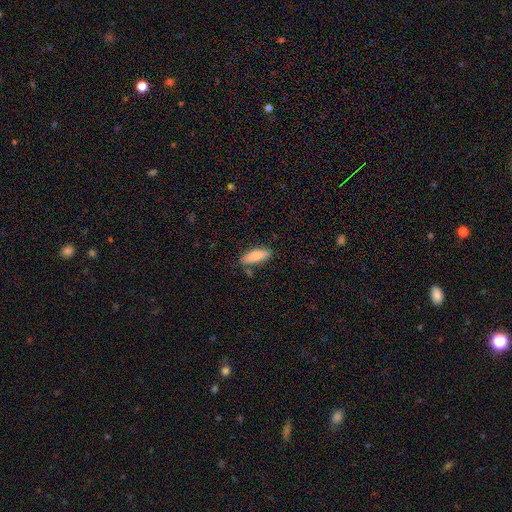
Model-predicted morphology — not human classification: type=smooth (81%); roundness=in between (58%); merging=none (76%).